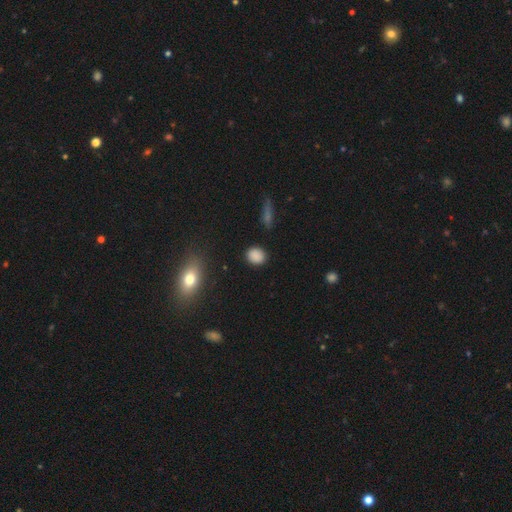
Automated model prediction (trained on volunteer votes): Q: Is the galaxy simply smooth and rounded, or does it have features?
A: smooth — 86%.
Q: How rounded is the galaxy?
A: round — 63%.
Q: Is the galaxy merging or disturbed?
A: none — 87%.